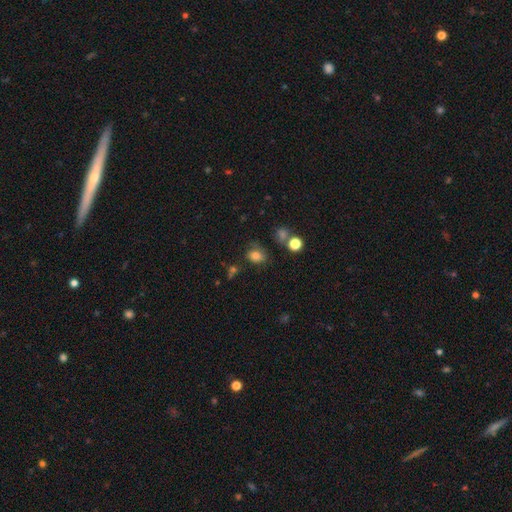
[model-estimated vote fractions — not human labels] smooth 78%, star or artifact 14%, featured or disk 9%. Down the decision tree: how rounded — in between (54%); merging — none (59%).